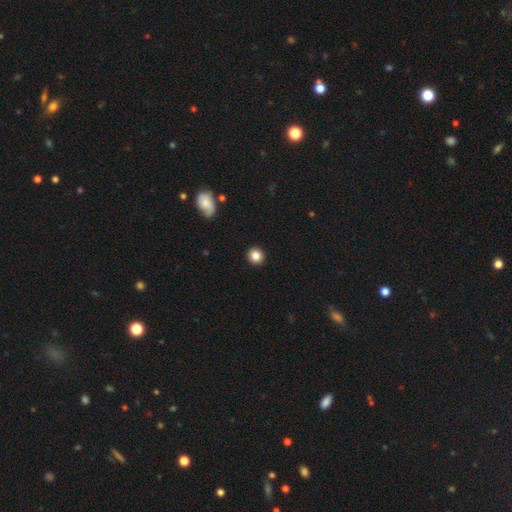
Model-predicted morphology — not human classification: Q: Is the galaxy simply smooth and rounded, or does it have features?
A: smooth — 85%.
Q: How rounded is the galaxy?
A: round — 89%.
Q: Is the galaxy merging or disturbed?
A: none — 92%.